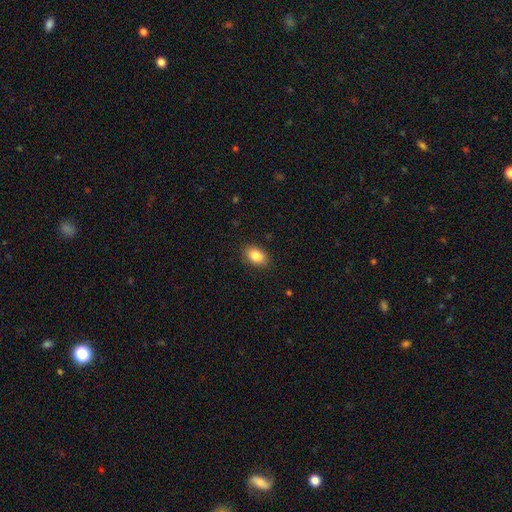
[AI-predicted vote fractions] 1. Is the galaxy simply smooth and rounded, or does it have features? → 86% smooth, 8% star or artifact, 6% featured or disk.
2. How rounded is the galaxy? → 84% in between, 15% round, 1% cigar-shaped.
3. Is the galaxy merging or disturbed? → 87% none, 9% minor disturbance, 2% major disturbance, 1% merger.